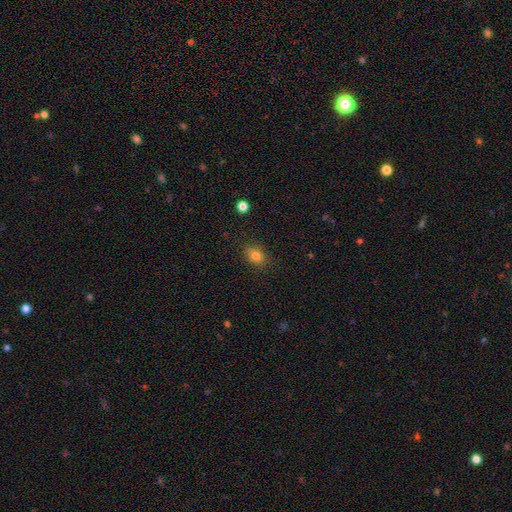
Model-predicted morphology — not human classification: smooth_or_featured: smooth (p=0.81) [alt: star or artifact p=0.12]
how_rounded: in between (p=0.64) [alt: round p=0.35]
merging: none (p=0.85) [alt: minor disturbance p=0.11]